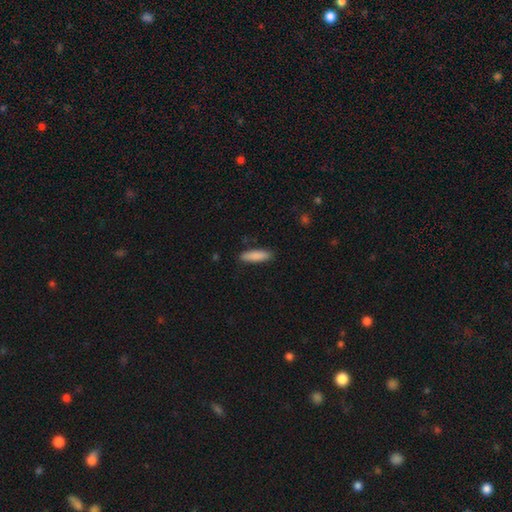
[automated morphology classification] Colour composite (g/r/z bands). It shows a smooth galaxy with no disk features (87%) that is cigar-shaped (60%). Merging: none (86%).